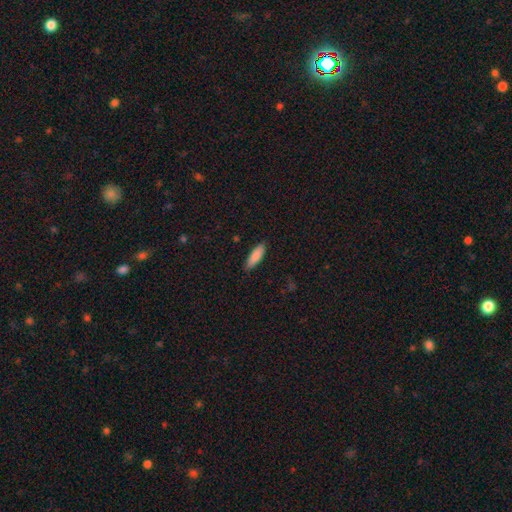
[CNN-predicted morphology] smooth_or_featured: smooth (p=0.86) [alt: featured or disk p=0.08]
how_rounded: in between (p=0.51) [alt: cigar-shaped p=0.48]
merging: none (p=0.86) [alt: minor disturbance p=0.11]